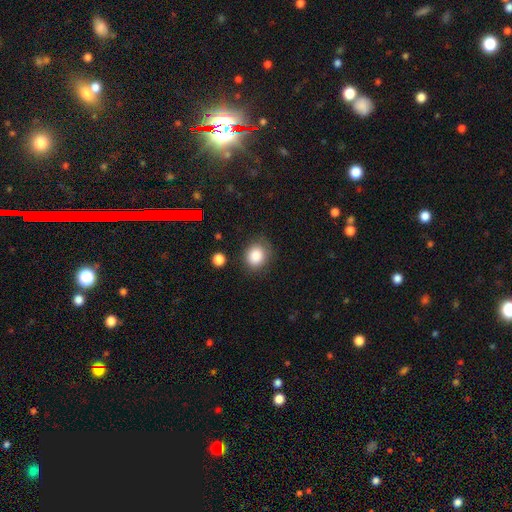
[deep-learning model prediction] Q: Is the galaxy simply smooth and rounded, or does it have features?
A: smooth — 84%.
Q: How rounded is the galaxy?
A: round — 70%.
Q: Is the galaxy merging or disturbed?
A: none — 77%.